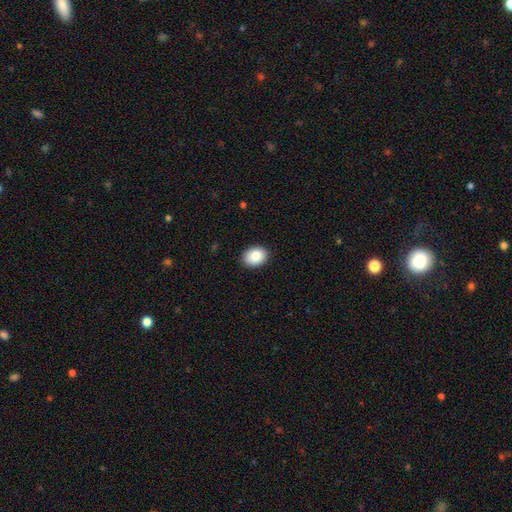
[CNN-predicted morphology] smooth-or-featured: smooth: 86% | star or artifact: 8% | featured or disk: 6%
  how-rounded: in between: 65% | round: 34% | cigar-shaped: 1%
  merging: none: 90% | minor disturbance: 8% | major disturbance: 2% | merger: 1%